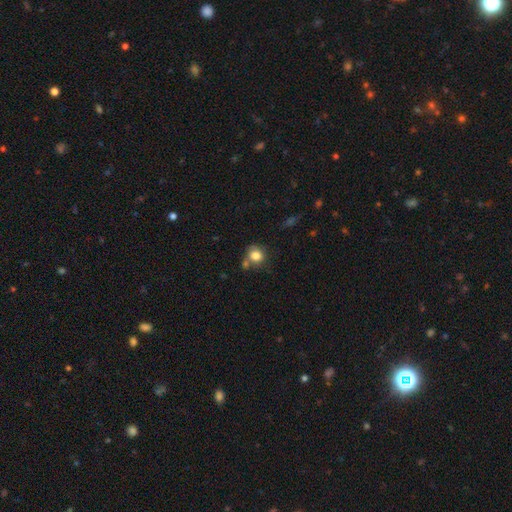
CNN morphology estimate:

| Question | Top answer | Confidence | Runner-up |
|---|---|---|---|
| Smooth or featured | smooth | 81% | star or artifact (10%) |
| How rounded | round | 82% | in between (17%) |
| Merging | none | 59% | merger (19%) |